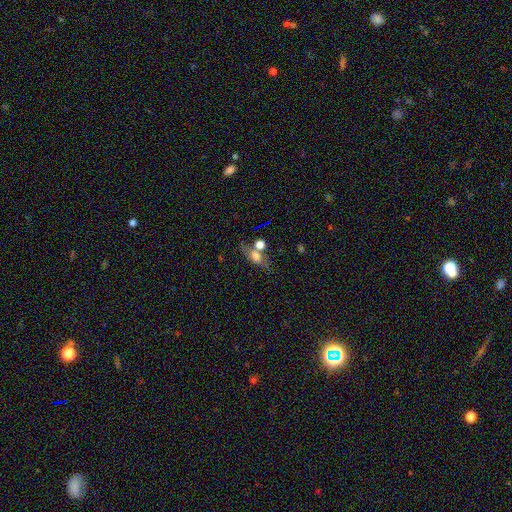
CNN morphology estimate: Overall: smooth (57%; featured or disk 29%). How rounded: in between (66%). Merging: none (48%; merger 27%).